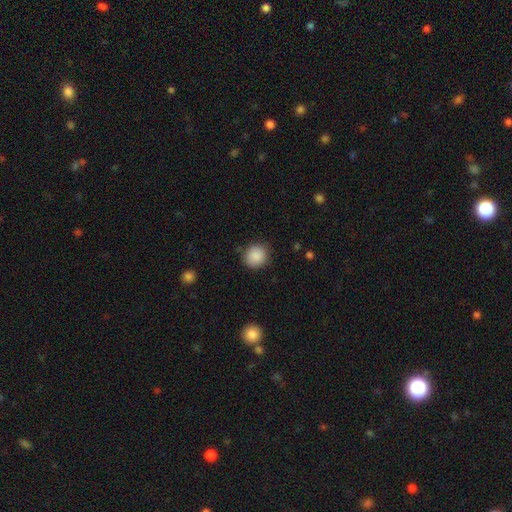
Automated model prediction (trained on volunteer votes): Q: Smooth or featured?
A: smooth (88%); runner-up: star or artifact (8%)
Q: How rounded?
A: round (86%); runner-up: in between (13%)
Q: Merging?
A: none (85%); runner-up: minor disturbance (11%)